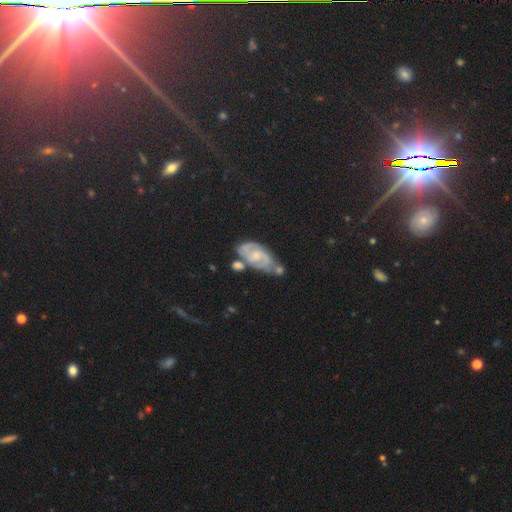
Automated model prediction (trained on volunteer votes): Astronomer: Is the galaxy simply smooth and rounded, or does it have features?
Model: featured or disk — 61%.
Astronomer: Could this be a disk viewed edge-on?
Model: no — 95%.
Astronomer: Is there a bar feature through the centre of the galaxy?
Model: no — 54% (runner-up: weak, 38%).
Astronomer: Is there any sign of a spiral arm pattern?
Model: yes — 87%.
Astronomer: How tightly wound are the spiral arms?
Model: tight — 45% (runner-up: medium, 42%).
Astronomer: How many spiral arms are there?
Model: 2 — 73%.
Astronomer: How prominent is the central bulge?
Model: small — 56% (runner-up: moderate, 33%).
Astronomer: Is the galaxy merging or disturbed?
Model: none — 48% (runner-up: minor disturbance, 26%).